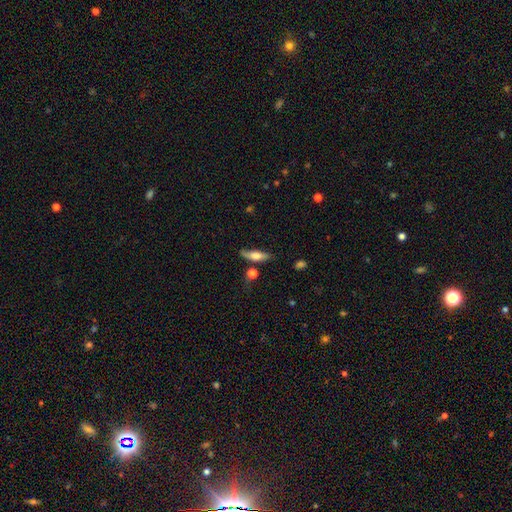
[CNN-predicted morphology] Overall: smooth (62%; featured or disk 31%). How rounded: cigar-shaped (52%; in between 45%). Merging: none (62%; minor disturbance 23%).